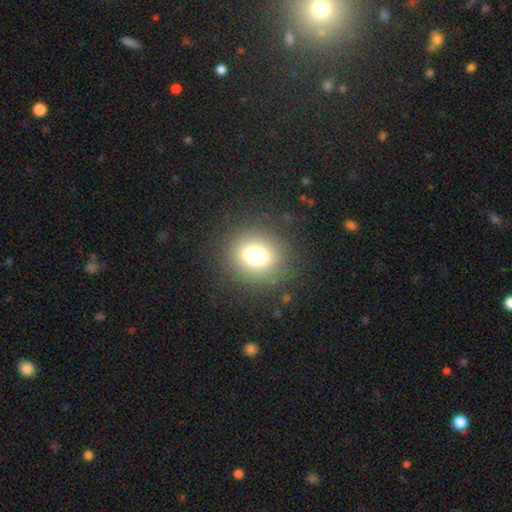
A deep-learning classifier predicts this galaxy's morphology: A smooth galaxy with no disk features (74%) that is round (80%).

Vote fractions:
- Smooth or featured? smooth: 74% / star or artifact: 16% / featured or disk: 11%
- How rounded? round: 80% / in between: 19% / cigar-shaped: 1%
- Merging? none: 86% / minor disturbance: 8% / major disturbance: 5% / merger: 1%